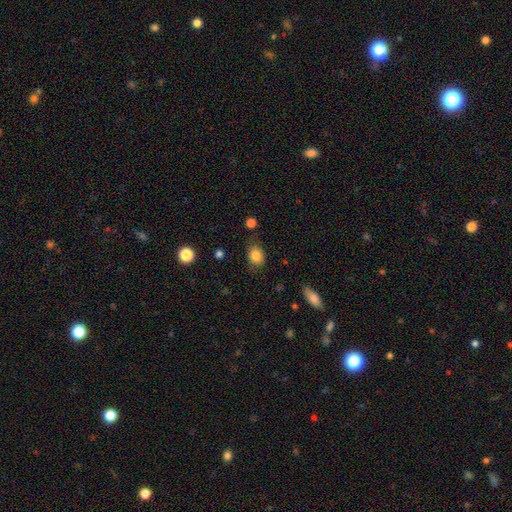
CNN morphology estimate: smooth-or-featured: smooth: 85% | star or artifact: 9% | featured or disk: 6%
  how-rounded: in between: 60% | round: 39% | cigar-shaped: 1%
  merging: none: 73% | minor disturbance: 19% | major disturbance: 5% | merger: 2%